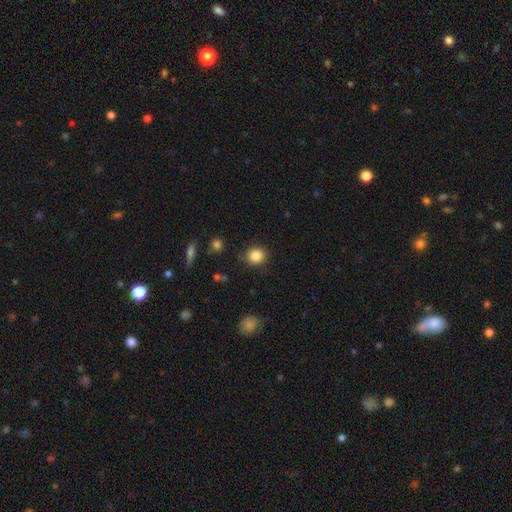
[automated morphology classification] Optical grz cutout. It shows a smooth galaxy with no disk features (85%) that is round (77%). Merging: none (85%).